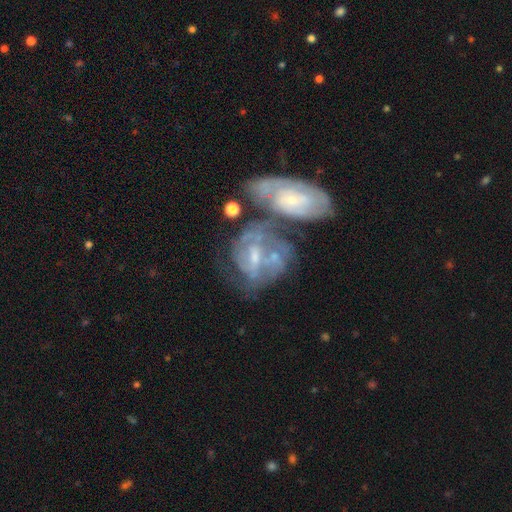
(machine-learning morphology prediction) A featured or disk galaxy (76%) with a weak bar (44%), tight (56%) spiral arms (81%) and a small central bulge (58%).

Vote fractions:
- Smooth or featured? featured or disk: 76% / smooth: 17% / star or artifact: 8%
- Edge-on disk? no: 95% / yes: 5%
- Bar? weak: 44% / no: 41% / strong: 15%
- Spiral arms? yes: 81% / no: 19%
- Spiral winding? tight: 56% / medium: 33% / loose: 11%
- Spiral arm count? can't tell: 51% / 2: 19% / 3: 16% / 4: 6% / 1: 5% / more than 4: 4%
- Bulge size? small: 58% / moderate: 31% / none: 8% / large: 3% / dominant: 1%
- Merging? merger: 56% / none: 24% / minor disturbance: 11% / major disturbance: 10%